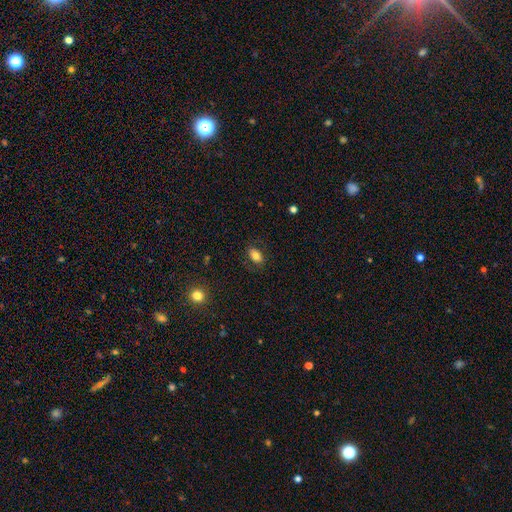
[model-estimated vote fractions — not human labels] Smooth or featured? smooth (78%)
How rounded? in between (85%)
Merging? none (82%)